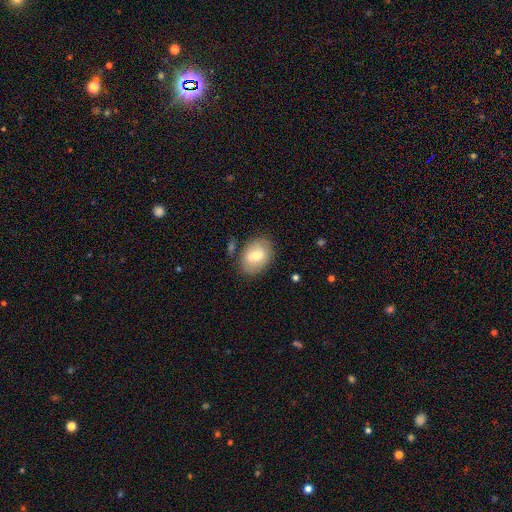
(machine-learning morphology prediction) smooth 66%, featured or disk 26%, star or artifact 7%. Down the decision tree: how rounded — in between (73%); merging — none (76%).